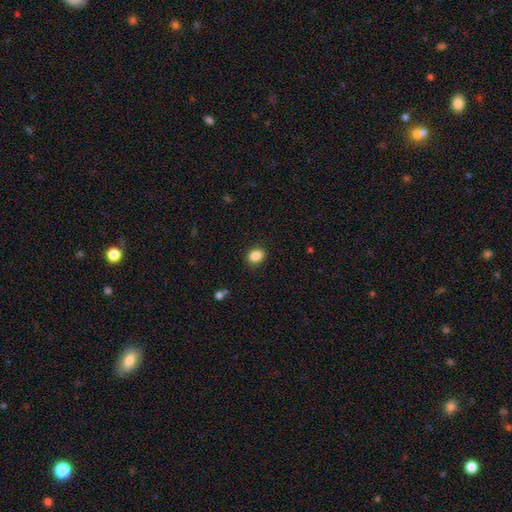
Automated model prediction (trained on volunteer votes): Overall: smooth (87%). How rounded: in between (59%; round 40%). Merging: none (88%).